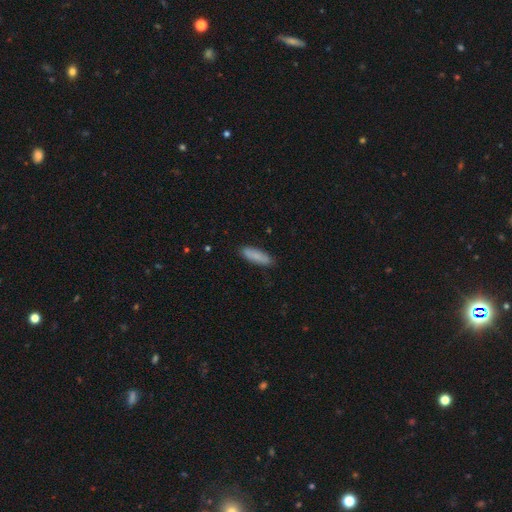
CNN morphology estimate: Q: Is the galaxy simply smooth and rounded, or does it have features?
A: smooth — 85%.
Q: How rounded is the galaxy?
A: cigar-shaped — 56%.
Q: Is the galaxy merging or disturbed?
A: none — 86%.